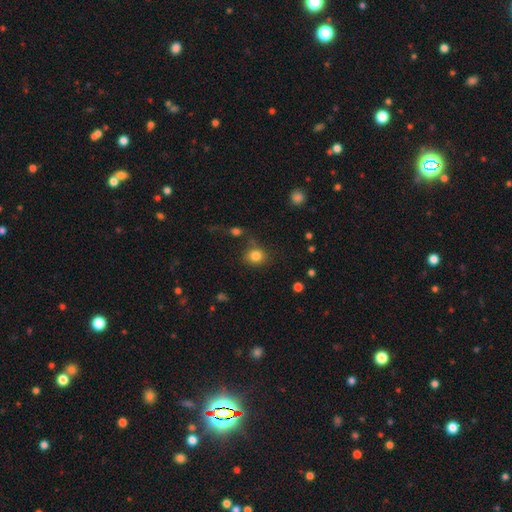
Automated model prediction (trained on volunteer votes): Morphology: type=smooth (82%); roundness=round (75%); merging=none (74%).